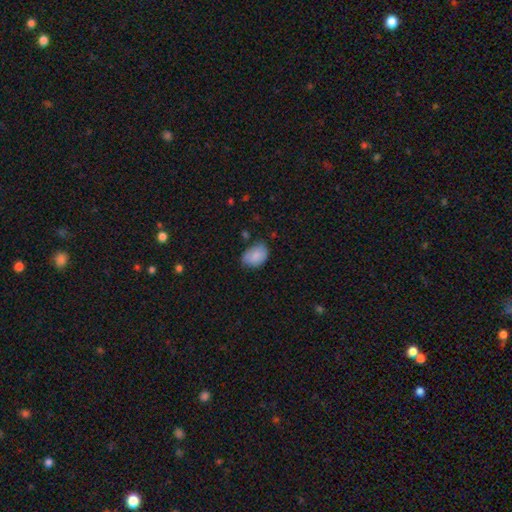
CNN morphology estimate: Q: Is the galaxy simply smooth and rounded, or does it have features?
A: smooth — 84%.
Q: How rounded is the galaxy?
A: in between — 77%.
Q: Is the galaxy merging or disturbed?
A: none — 64%.